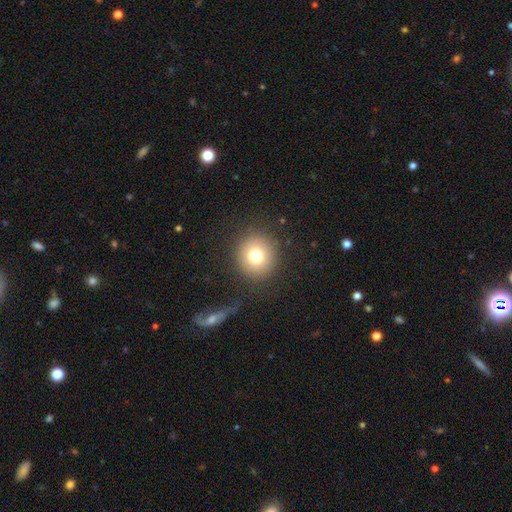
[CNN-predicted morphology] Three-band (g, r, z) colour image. It shows a smooth galaxy with no disk features (76%) that is round (93%). Merging: none (87%).